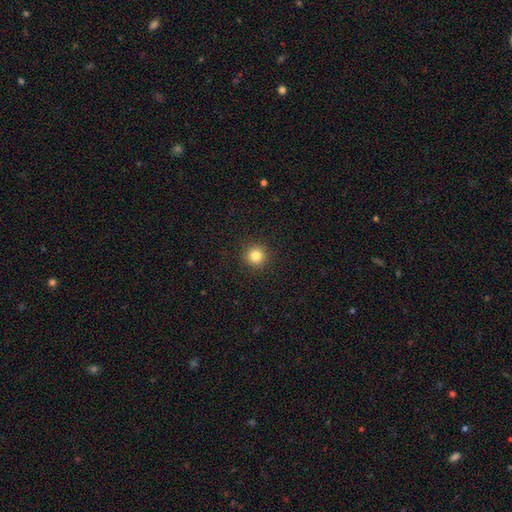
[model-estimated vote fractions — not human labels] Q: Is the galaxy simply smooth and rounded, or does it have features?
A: smooth — 83%.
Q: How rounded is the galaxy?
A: round — 95%.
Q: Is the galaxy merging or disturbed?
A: none — 92%.